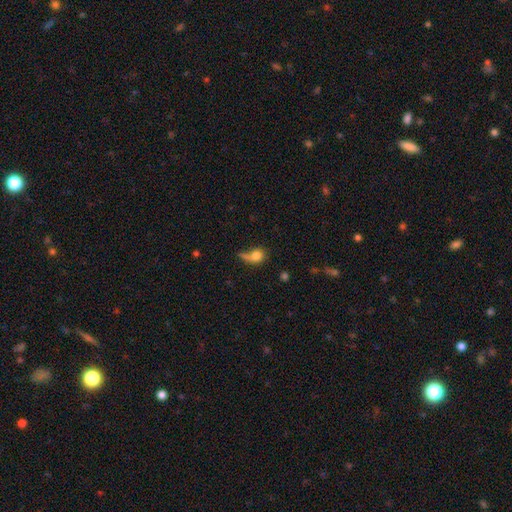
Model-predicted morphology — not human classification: Smooth or featured?
  - smooth: 73% *
  - featured or disk: 16%
  - star or artifact: 11%
How rounded?
  - round: 61% *
  - in between: 35%
  - cigar-shaped: 3%
Merging?
  - none: 35% *
  - major disturbance: 26%
  - merger: 20%
  - minor disturbance: 19%